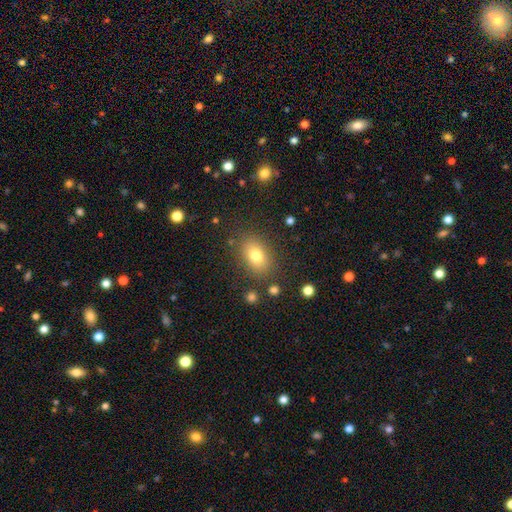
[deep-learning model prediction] Q: Smooth or featured?
A: smooth (77%); runner-up: featured or disk (12%)
Q: How rounded?
A: in between (80%); runner-up: round (18%)
Q: Merging?
A: none (82%); runner-up: minor disturbance (11%)